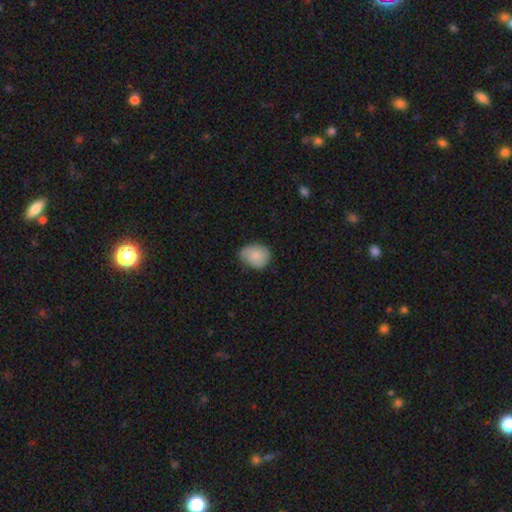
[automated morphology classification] Smooth or featured? Predicted: smooth (p=0.83). How rounded? Predicted: round (p=0.51). Merging? Predicted: none (p=0.58).